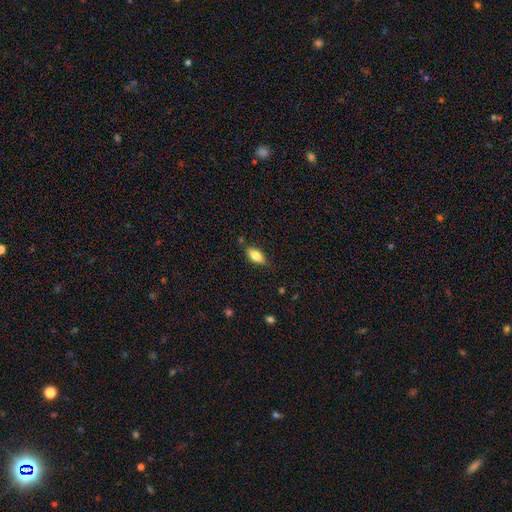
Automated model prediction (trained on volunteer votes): This is likely a smooth galaxy (79%). How rounded: clearly in between (84%). Merging: clearly none (81%).